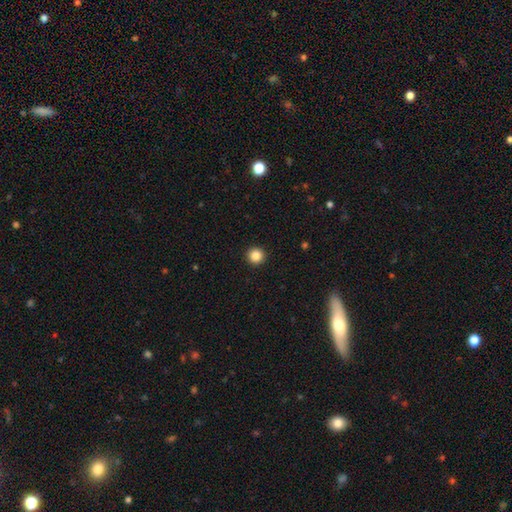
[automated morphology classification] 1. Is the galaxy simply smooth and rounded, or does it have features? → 86% smooth, 10% star or artifact, 4% featured or disk.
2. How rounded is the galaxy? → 96% round, 3% in between, 1% cigar-shaped.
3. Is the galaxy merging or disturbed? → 94% none, 4% minor disturbance, 1% major disturbance, 1% merger.